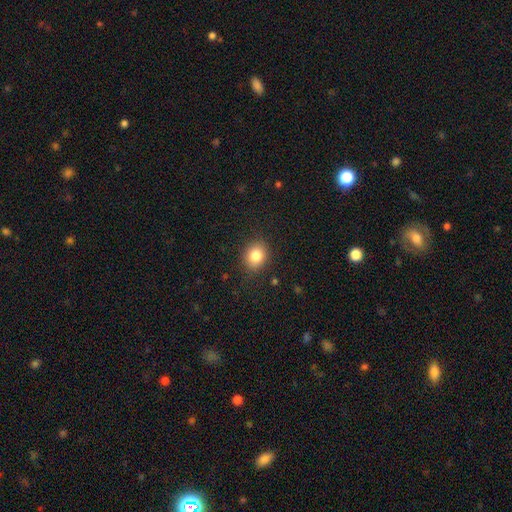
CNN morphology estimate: smooth 83%, star or artifact 10%, featured or disk 7%. Down the decision tree: how rounded — round (61%); merging — none (87%).